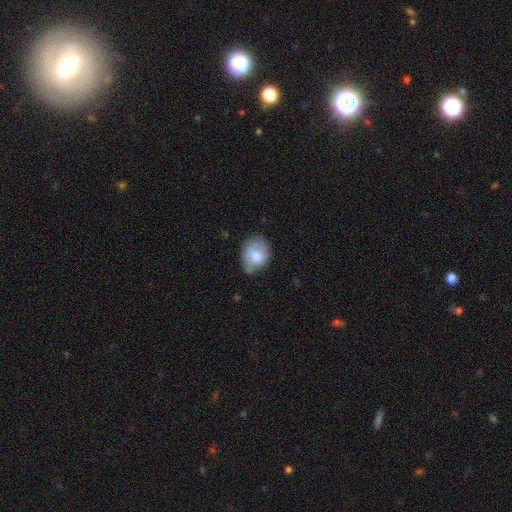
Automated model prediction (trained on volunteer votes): The model was most divided on "merging": none: 51%, minor disturbance: 37%, major disturbance: 10%, merger: 3%. More confident: smooth or featured — smooth (75%); how rounded — in between (62%).